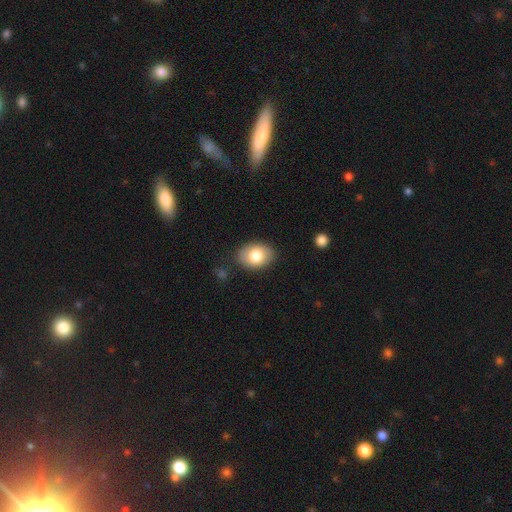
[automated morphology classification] Overall: smooth (79%). How rounded: in between (74%). Merging: none (84%).